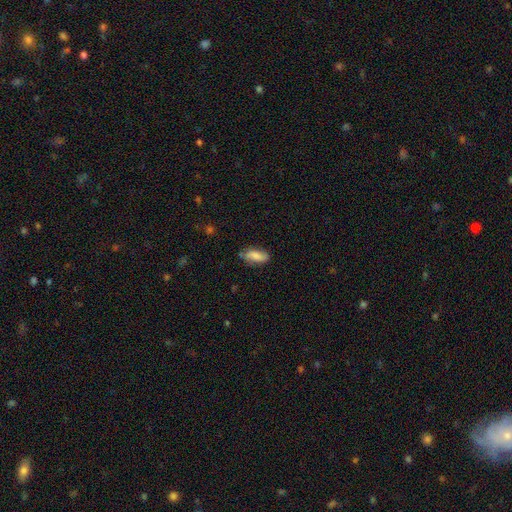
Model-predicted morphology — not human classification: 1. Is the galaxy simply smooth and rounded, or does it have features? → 70% smooth, 22% featured or disk, 8% star or artifact.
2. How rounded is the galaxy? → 84% in between, 13% cigar-shaped, 3% round.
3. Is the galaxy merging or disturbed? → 71% none, 22% minor disturbance, 5% major disturbance, 2% merger.